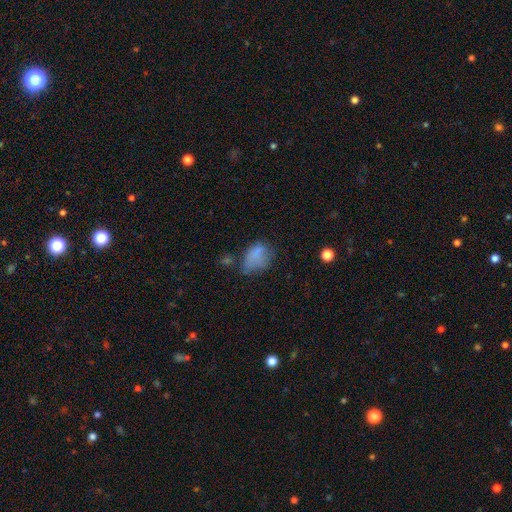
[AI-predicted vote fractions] Morphology: type=smooth (67%); roundness=in between (77%); merging=none (34%).